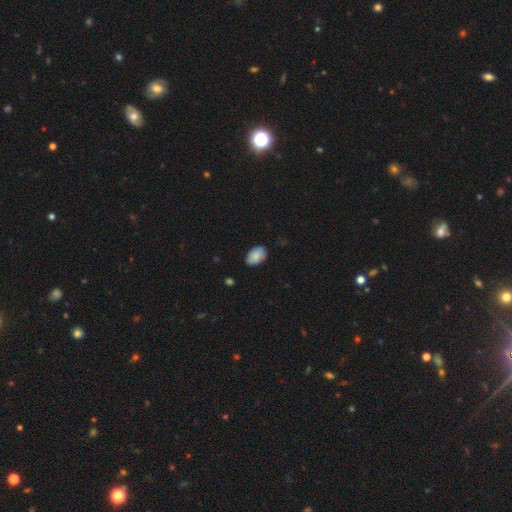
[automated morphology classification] Smooth or featured?
  - smooth: 85% *
  - featured or disk: 8%
  - star or artifact: 7%
How rounded?
  - in between: 89% *
  - round: 10%
  - cigar-shaped: 1%
Merging?
  - none: 78% *
  - minor disturbance: 18%
  - major disturbance: 3%
  - merger: 1%